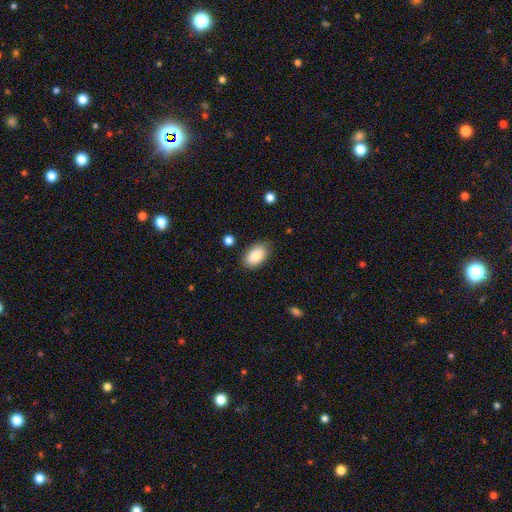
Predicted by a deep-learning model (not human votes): smooth-or-featured: smooth: 86% | star or artifact: 7% | featured or disk: 7%
  how-rounded: in between: 93% | round: 6% | cigar-shaped: 1%
  merging: none: 83% | minor disturbance: 13% | major disturbance: 3% | merger: 2%